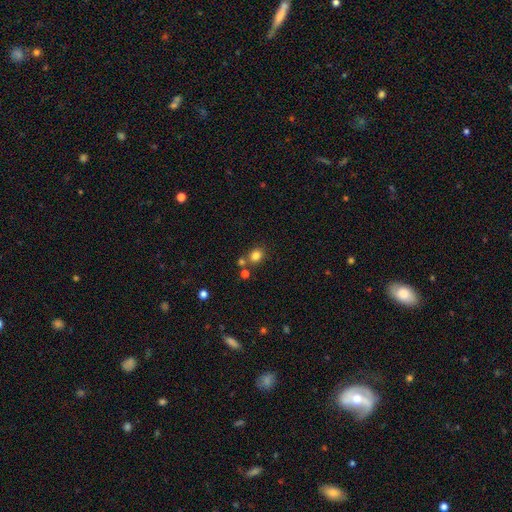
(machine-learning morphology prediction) type=smooth (81%); roundness=round (67%); merging=none (68%).